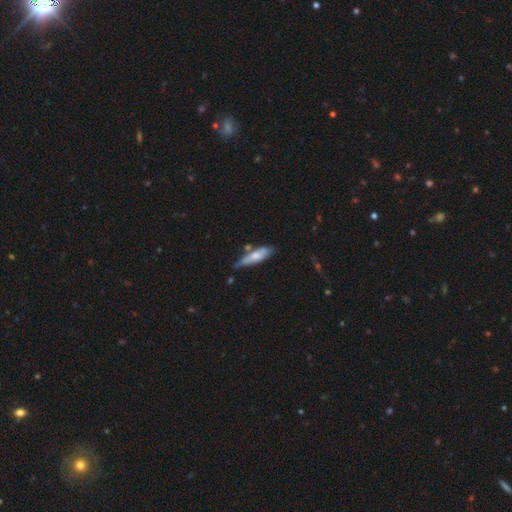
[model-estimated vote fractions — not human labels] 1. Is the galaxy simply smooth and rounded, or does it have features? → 65% smooth, 29% featured or disk, 6% star or artifact.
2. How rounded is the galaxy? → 64% cigar-shaped, 34% in between, 2% round.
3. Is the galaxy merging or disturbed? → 57% none, 28% minor disturbance, 10% merger, 6% major disturbance.